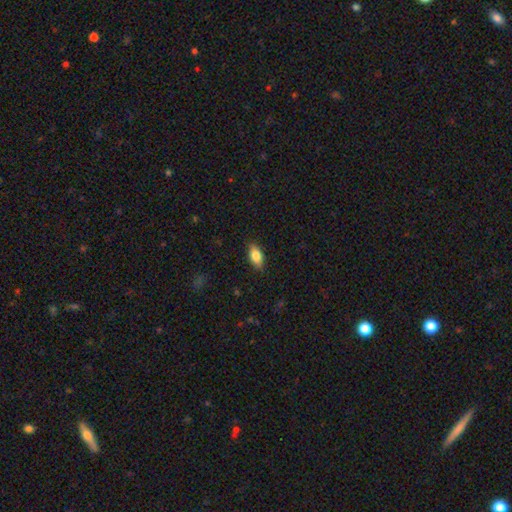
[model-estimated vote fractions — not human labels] Overall: smooth (79%). How rounded: in between (87%). Merging: none (87%).